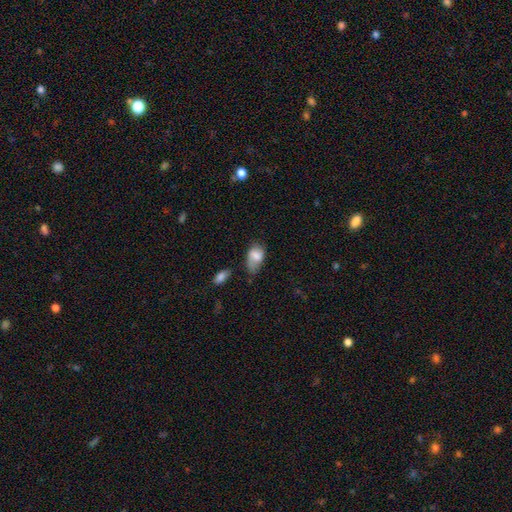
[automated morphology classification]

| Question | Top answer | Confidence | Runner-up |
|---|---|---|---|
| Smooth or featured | smooth | 75% | featured or disk (17%) |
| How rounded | in between | 90% | round (8%) |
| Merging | minor disturbance | 39% | tied: none (39%) |